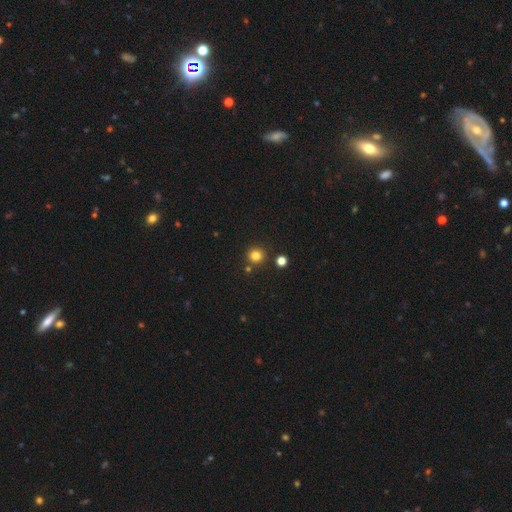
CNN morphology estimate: Smooth or featured? Predicted: smooth (p=0.80). How rounded? Predicted: round (p=0.93). Merging? Predicted: none (p=0.85).